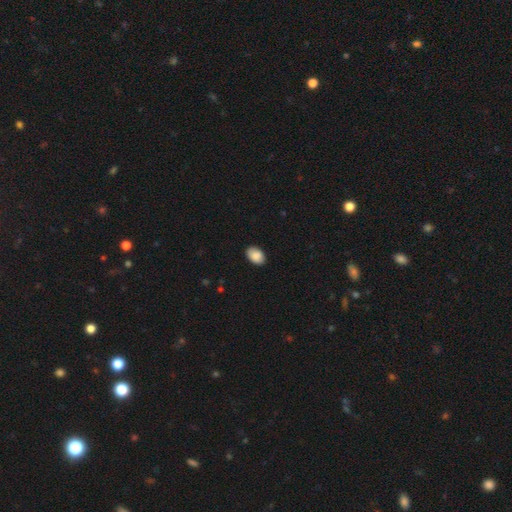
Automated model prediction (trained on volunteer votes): A smooth galaxy with no disk features (89%) that is in between round and cigar-shaped (88%). Merging: none (89%).